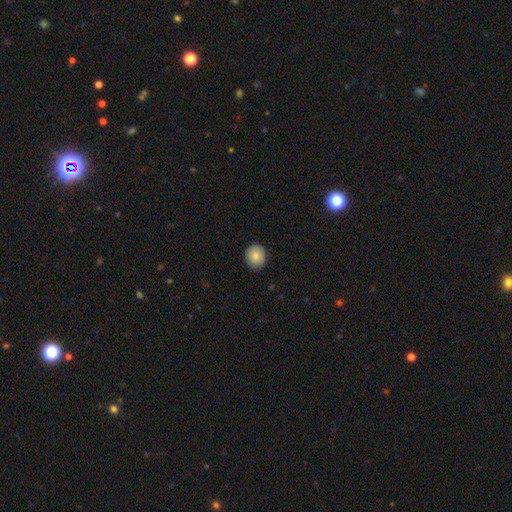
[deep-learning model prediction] A smooth galaxy with no disk features (83%) that is round (85%). Merging: none (88%).